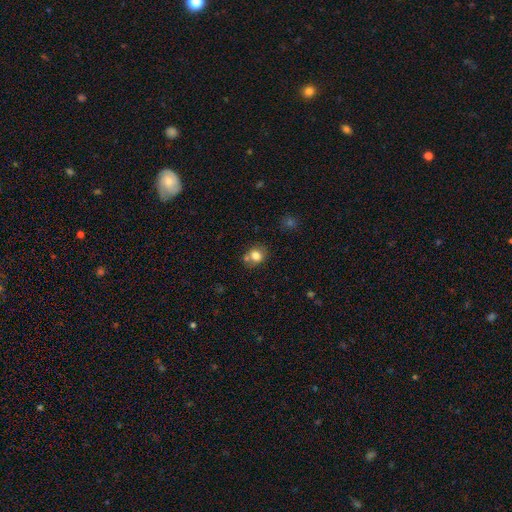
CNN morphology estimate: This is likely a smooth galaxy (79%). How rounded: likely round (73%). Merging: likely none (63%).